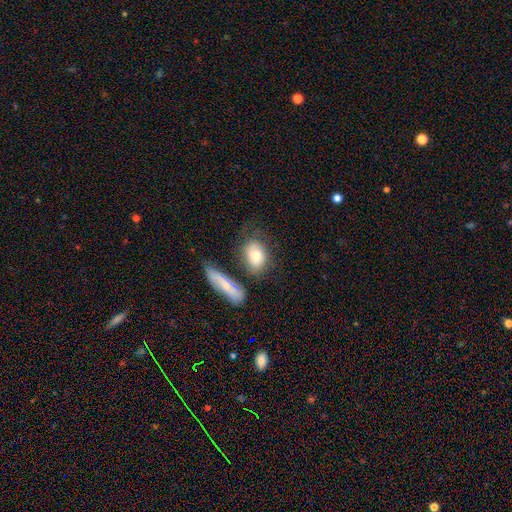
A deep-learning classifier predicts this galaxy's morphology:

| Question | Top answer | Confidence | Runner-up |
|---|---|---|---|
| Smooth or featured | smooth | 70% | featured or disk (23%) |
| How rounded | in between | 74% | round (22%) |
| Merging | none | 55% | minor disturbance (19%) |